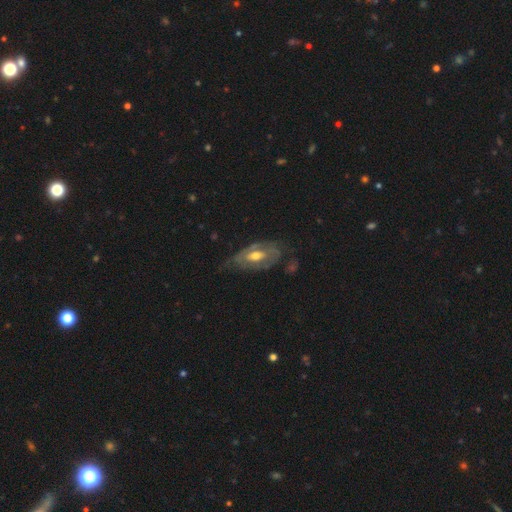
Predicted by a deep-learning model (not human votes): smooth_or_featured: featured or disk (p=0.71) [alt: smooth p=0.23]
disk_edge_on: no (p=0.89) [alt: yes p=0.11]
bar: no (p=0.58) [alt: weak p=0.32]
has_spiral_arms: yes (p=0.60) [alt: no p=0.40]
bulge_size: moderate (p=0.70) [alt: small p=0.15]
merging: none (p=0.54) [alt: minor disturbance p=0.27]